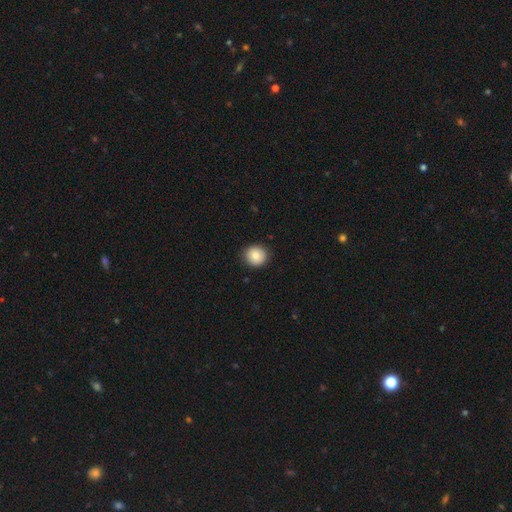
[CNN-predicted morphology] Q: Smooth or featured?
A: smooth (83%); runner-up: featured or disk (9%)
Q: How rounded?
A: round (90%); runner-up: in between (9%)
Q: Merging?
A: none (89%); runner-up: minor disturbance (8%)